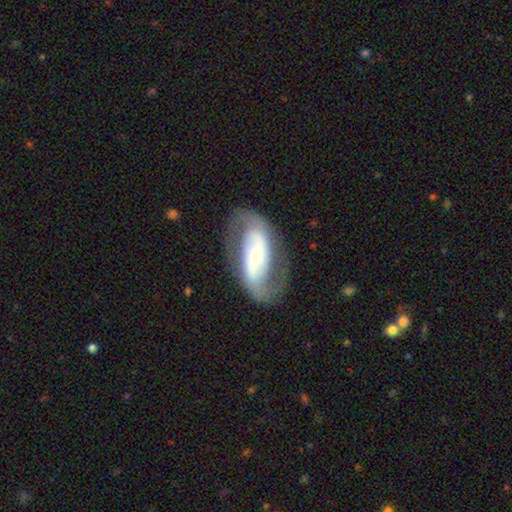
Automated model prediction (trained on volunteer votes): Smooth or featured? Predicted: featured or disk (p=0.82). Edge-on disk? Predicted: no (p=0.95). Bar? Predicted: strong (p=0.38). Spiral arms? Predicted: yes (p=0.89). Spiral winding? Predicted: medium (p=0.45). Spiral arm count? Predicted: 2 (p=0.89). Bulge size? Predicted: small (p=0.58). Merging? Predicted: none (p=0.75).